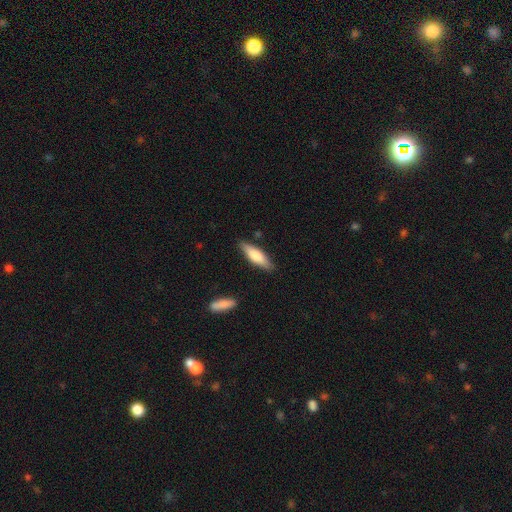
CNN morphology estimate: Smooth or featured: smooth — 71% (featured or disk — 24%)
How rounded: cigar-shaped — 56% (in between — 42%)
Merging: none — 84% (minor disturbance — 11%)